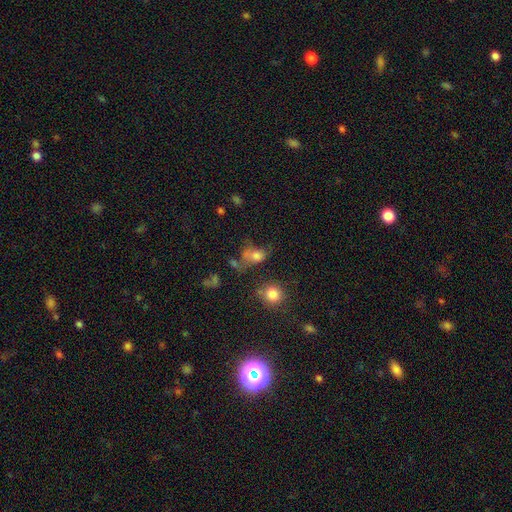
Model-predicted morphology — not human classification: Overall: smooth (71%). How rounded: in between (66%; round 32%). Merging: none (36%; major disturbance 24%).